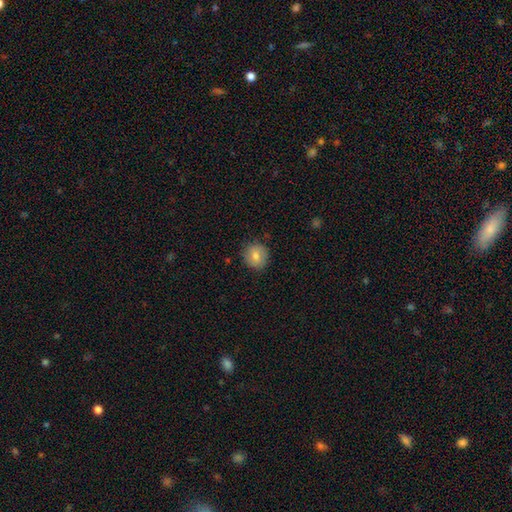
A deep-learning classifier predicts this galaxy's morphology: type=smooth (75%); roundness=round (89%); merging=none (87%).